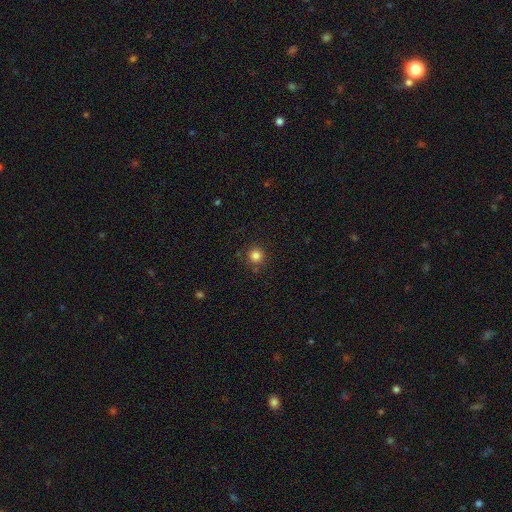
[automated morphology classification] smooth_or_featured: smooth (p=0.83) [alt: star or artifact p=0.12]
how_rounded: round (p=0.94) [alt: in between p=0.05]
merging: none (p=0.86) [alt: minor disturbance p=0.08]